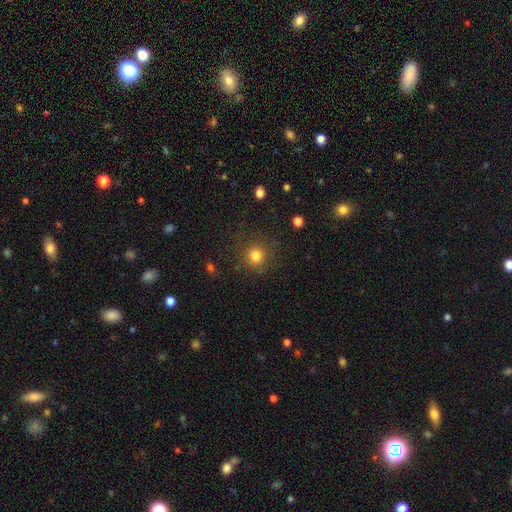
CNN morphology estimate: Smooth or featured: smooth — 81% (star or artifact — 13%)
How rounded: round — 92% (in between — 7%)
Merging: none — 84% (minor disturbance — 10%)